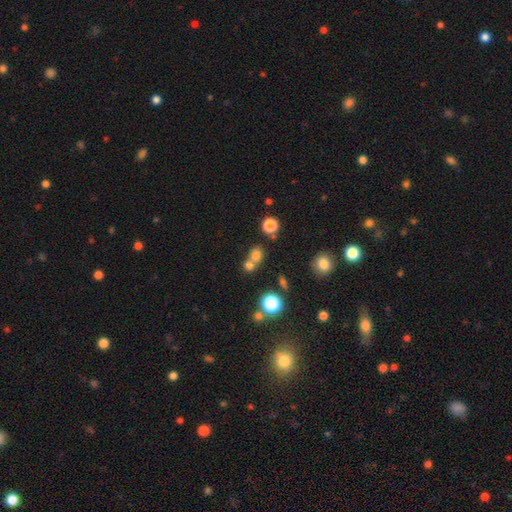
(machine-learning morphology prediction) Smooth or featured? Predicted: smooth (p=0.72). How rounded? Predicted: round (p=0.71). Merging? Predicted: merger (p=0.46).